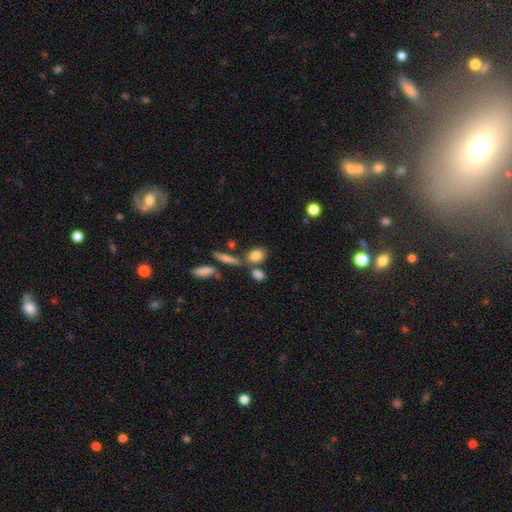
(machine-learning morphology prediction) Overall: smooth (81%). How rounded: in between (76%). Merging: none (60%; merger 22%).